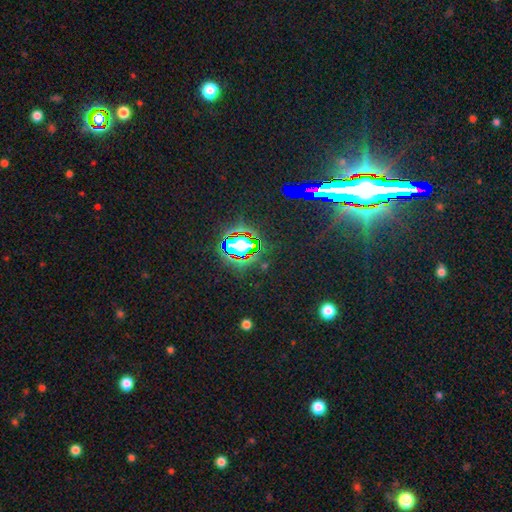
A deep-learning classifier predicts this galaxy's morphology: A star or artifact, not a galaxy (83%).